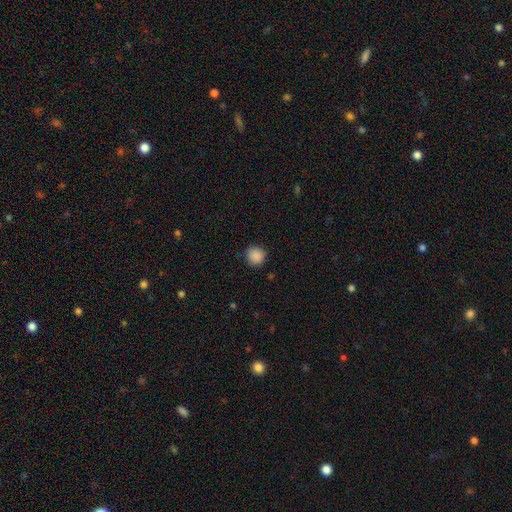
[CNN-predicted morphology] A smooth galaxy with no disk features (88%) that is round (91%).

Vote fractions:
- Smooth or featured? smooth: 88% / star or artifact: 9% / featured or disk: 3%
- How rounded? round: 91% / in between: 8% / cigar-shaped: 1%
- Merging? none: 87% / minor disturbance: 10% / major disturbance: 3% / merger: 1%